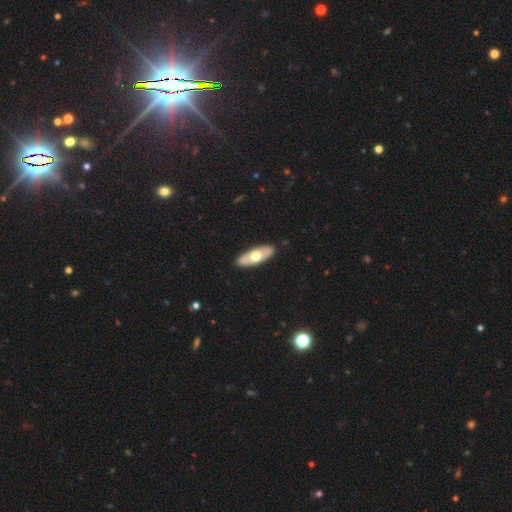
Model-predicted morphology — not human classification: smooth-or-featured: smooth: 56% | featured or disk: 40% | star or artifact: 5%
  how-rounded: in between: 72% | cigar-shaped: 26% | round: 3%
  merging: none: 90% | minor disturbance: 8% | major disturbance: 2% | merger: 1%